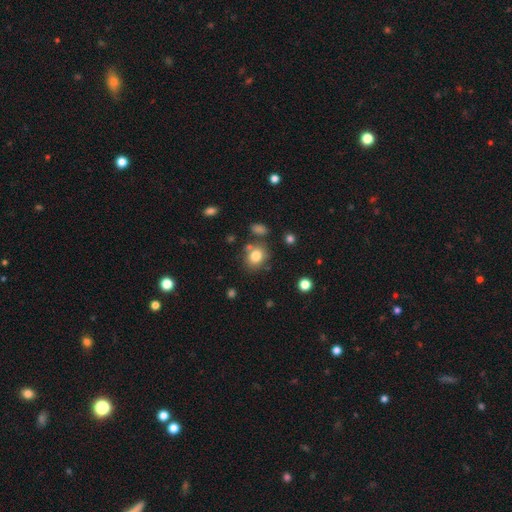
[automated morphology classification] smooth-or-featured: smooth: 80% | star or artifact: 11% | featured or disk: 9%
  how-rounded: round: 66% | in between: 33% | cigar-shaped: 1%
  merging: none: 72% | minor disturbance: 13% | merger: 10% | major disturbance: 5%